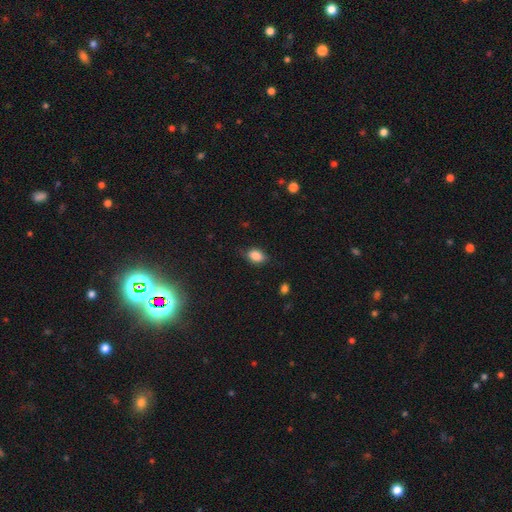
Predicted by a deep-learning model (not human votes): smooth 85%, star or artifact 9%, featured or disk 6%. Down the decision tree: how rounded — in between (83%); merging — none (76%).